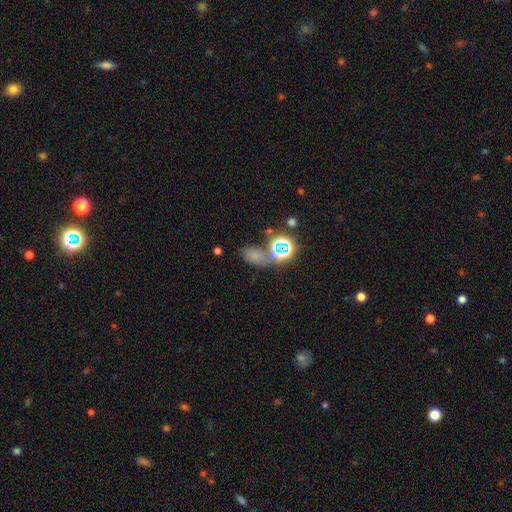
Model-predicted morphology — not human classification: smooth 52%, star or artifact 38%, featured or disk 10%. Down the decision tree: how rounded — in between (73%); merging — none (56%).